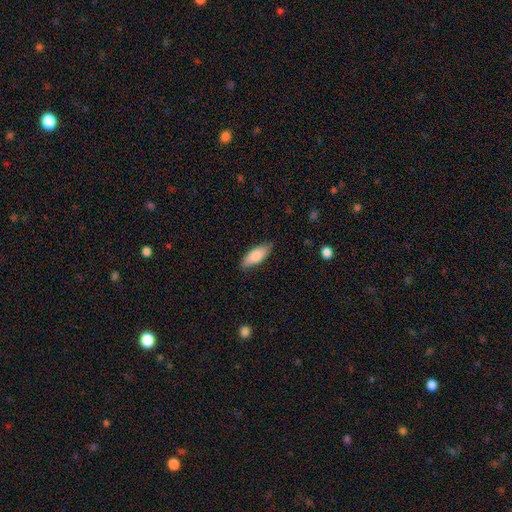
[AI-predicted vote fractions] Overall: smooth (83%). How rounded: in between (76%). Merging: none (83%).